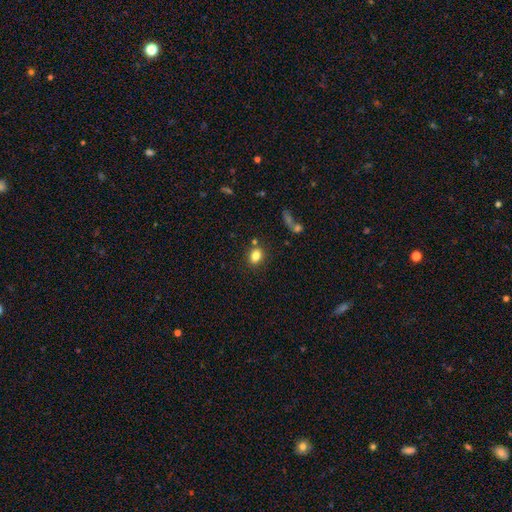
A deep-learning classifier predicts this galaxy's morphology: Overall: smooth (82%). How rounded: in between (60%; round 38%). Merging: none (78%).